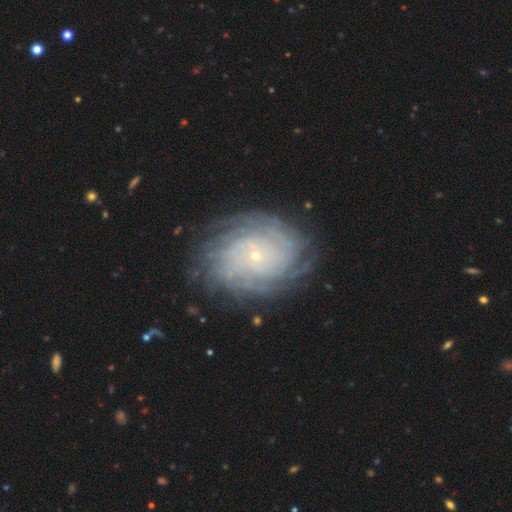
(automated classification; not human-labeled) Smooth or featured?
  - featured or disk: 84% *
  - smooth: 9%
  - star or artifact: 7%
Edge-on disk?
  - no: 97% *
  - yes: 3%
Bar?
  - no: 83% *
  - weak: 13%
  - strong: 4%
Spiral arms?
  - yes: 96% *
  - no: 4%
Spiral winding?
  - tight: 82% *
  - medium: 14%
  - loose: 4%
Spiral arm count?
  - more than 4: 31% *
  - can't tell: 29%
  - 4: 17%
  - 3: 9%
  - 2: 8%
  - 1: 7%
Bulge size?
  - small: 89% *
  - moderate: 7%
  - none: 2%
  - large: 1%
  - dominant: 1%
Merging?
  - none: 81% *
  - minor disturbance: 13%
  - major disturbance: 5%
  - merger: 1%